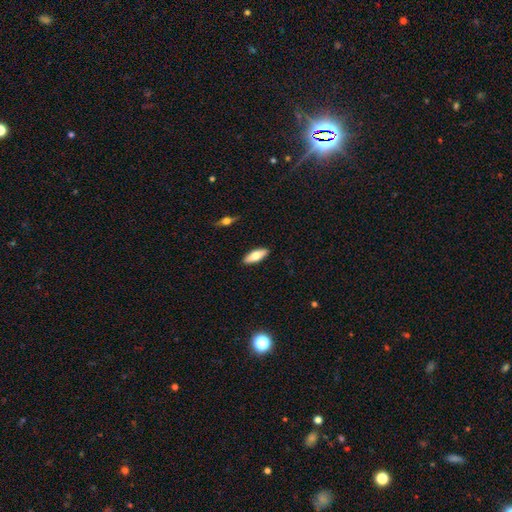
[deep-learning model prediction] This is likely a smooth galaxy (68%). How rounded: likely in between (69%). Merging: clearly none (89%).